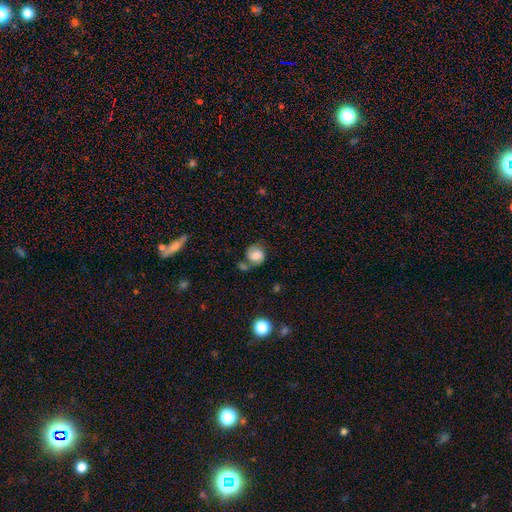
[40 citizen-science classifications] Smooth or featured? 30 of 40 (75%) said smooth. How rounded? 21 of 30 (70%) said round. Merging? 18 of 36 (50%) said none.